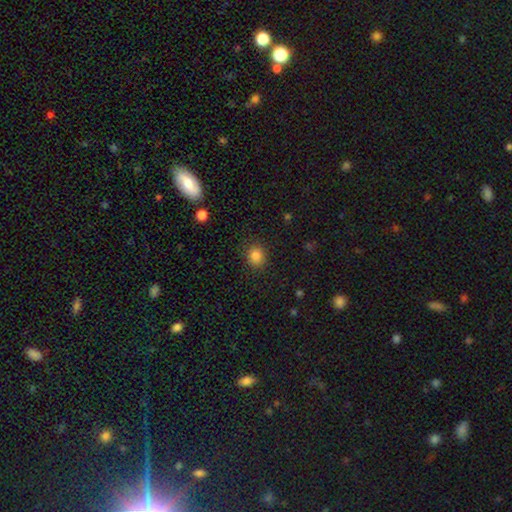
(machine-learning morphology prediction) A smooth galaxy with no disk features (85%) that is round (70%).

Vote fractions:
- Smooth or featured? smooth: 85% / star or artifact: 11% / featured or disk: 4%
- How rounded? round: 70% / in between: 30% / cigar-shaped: 1%
- Merging? none: 87% / minor disturbance: 8% / major disturbance: 3% / merger: 1%